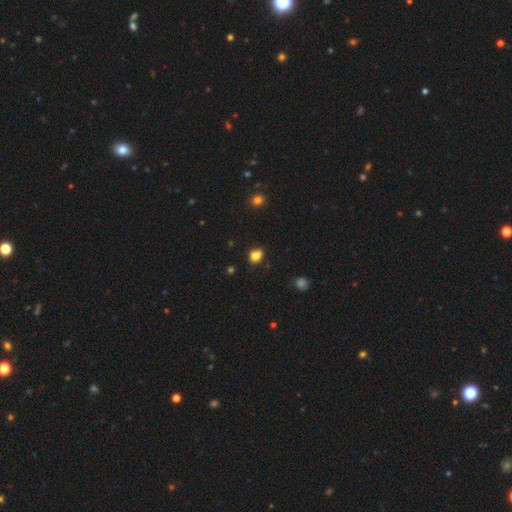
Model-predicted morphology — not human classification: This appears to be a smooth galaxy with no disk features (83%) that is in between round and cigar-shaped (50%). Merging: none (79%).